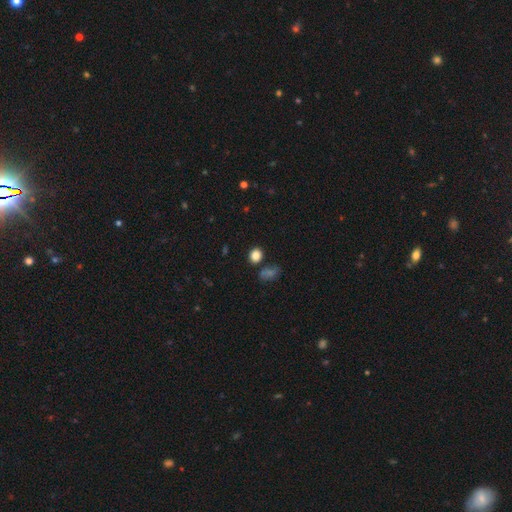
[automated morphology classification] smooth 83%, star or artifact 12%, featured or disk 5%. Down the decision tree: how rounded — round (60%); merging — none (75%).